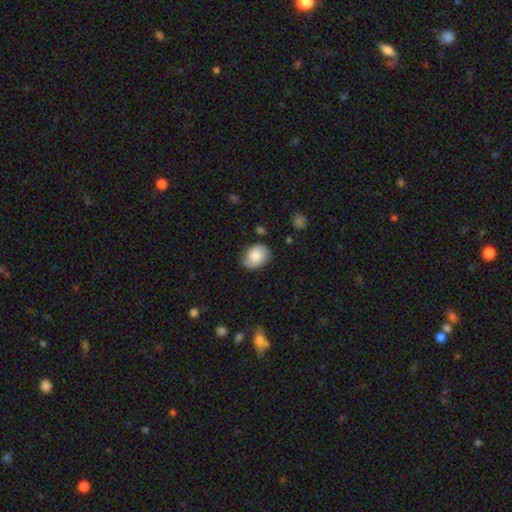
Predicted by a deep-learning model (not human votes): This appears to be a smooth galaxy with no disk features (76%) that is in between round and cigar-shaped (66%). Merging: none (73%).